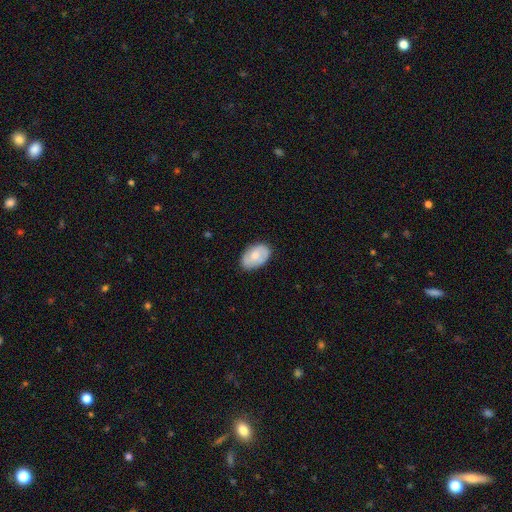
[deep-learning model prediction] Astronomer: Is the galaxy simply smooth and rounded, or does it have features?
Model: smooth — 61%.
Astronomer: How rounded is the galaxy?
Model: in between — 89%.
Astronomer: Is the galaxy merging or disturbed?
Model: none — 78%.